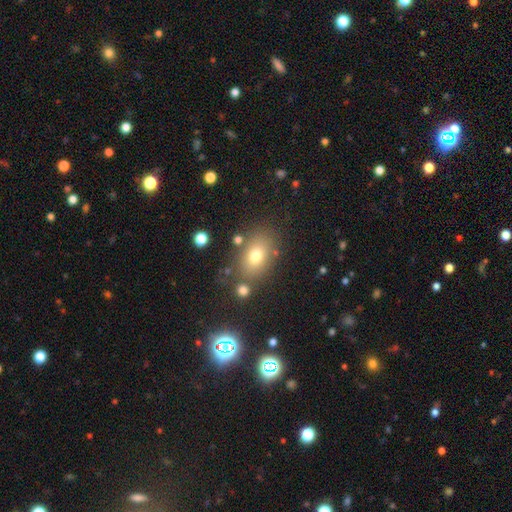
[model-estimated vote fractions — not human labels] Q: Smooth or featured?
A: smooth (73%); runner-up: featured or disk (15%)
Q: How rounded?
A: in between (77%); runner-up: round (21%)
Q: Merging?
A: none (74%); runner-up: minor disturbance (13%)